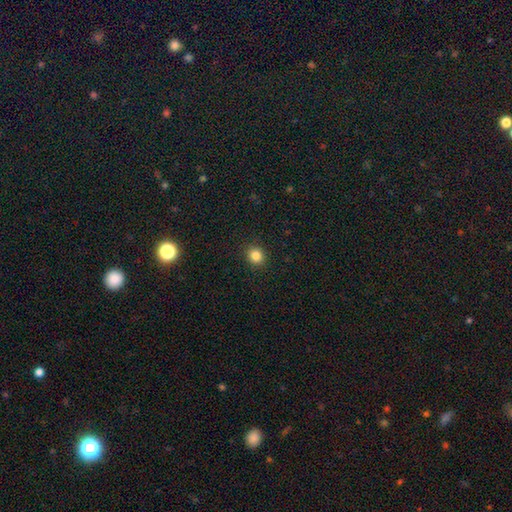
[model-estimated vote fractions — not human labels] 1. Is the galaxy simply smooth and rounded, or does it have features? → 84% smooth, 11% star or artifact, 4% featured or disk.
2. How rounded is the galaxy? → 82% round, 17% in between, 1% cigar-shaped.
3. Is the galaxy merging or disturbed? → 91% none, 6% minor disturbance, 2% major disturbance, 1% merger.